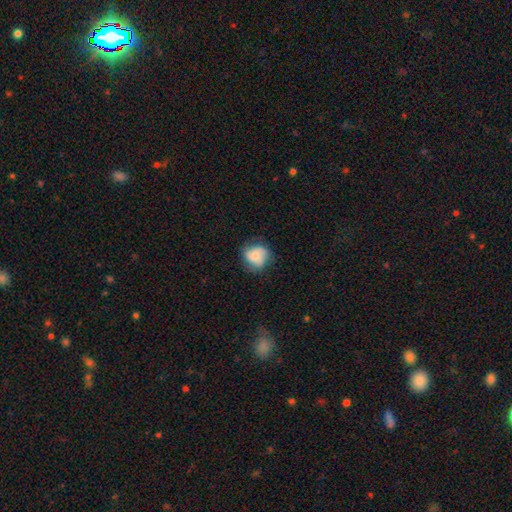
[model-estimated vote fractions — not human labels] This appears to be a smooth galaxy with no disk features (54%) that is round (75%). Merging: none (65%).